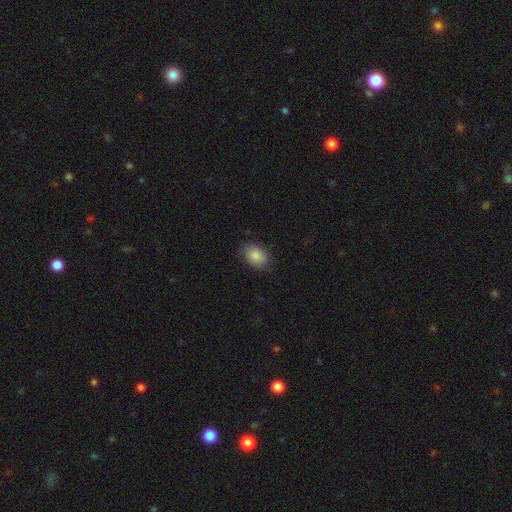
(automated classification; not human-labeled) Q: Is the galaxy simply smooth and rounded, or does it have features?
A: smooth — 88%.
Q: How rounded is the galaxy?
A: in between — 81%.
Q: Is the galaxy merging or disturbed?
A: none — 82%.